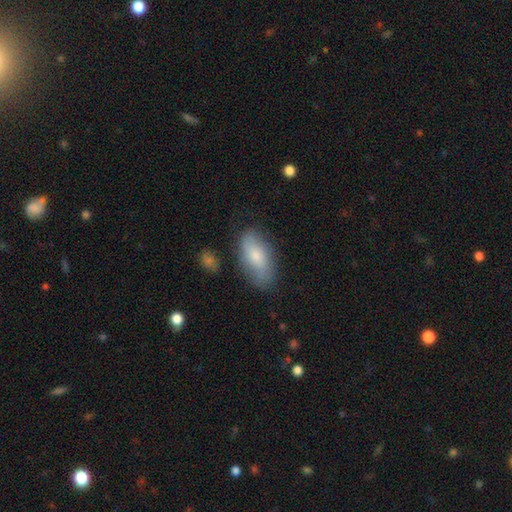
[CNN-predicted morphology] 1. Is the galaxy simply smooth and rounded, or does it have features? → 72% smooth, 21% featured or disk, 6% star or artifact.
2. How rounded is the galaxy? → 89% in between, 8% cigar-shaped, 3% round.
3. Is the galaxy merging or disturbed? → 73% none, 19% minor disturbance, 5% major disturbance, 3% merger.